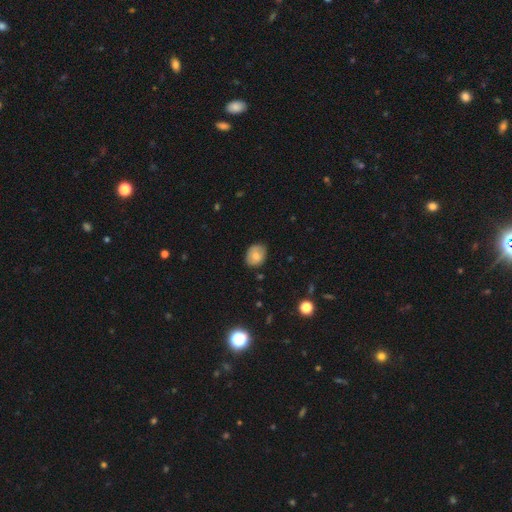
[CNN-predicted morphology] smooth-or-featured: smooth: 73% | featured or disk: 19% | star or artifact: 8%
  how-rounded: in between: 52% | round: 47% | cigar-shaped: 1%
  merging: none: 78% | minor disturbance: 18% | major disturbance: 3% | merger: 1%